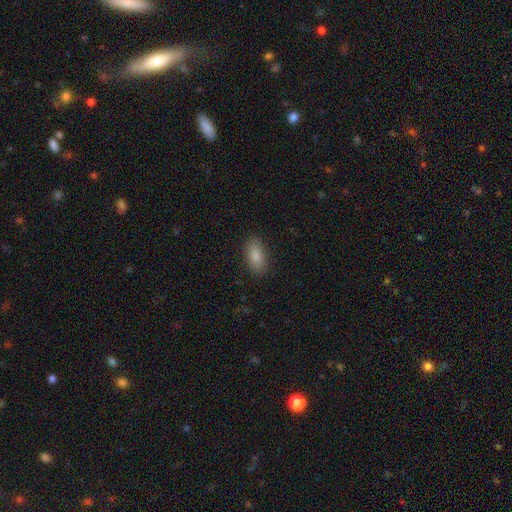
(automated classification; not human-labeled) Smooth or featured? Predicted: smooth (p=0.88). How rounded? Predicted: in between (p=0.87). Merging? Predicted: none (p=0.87).